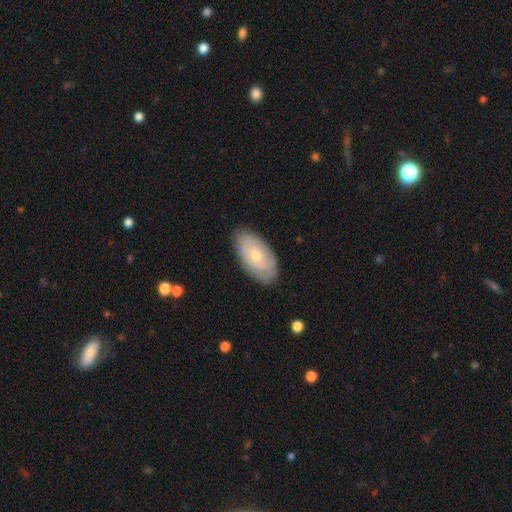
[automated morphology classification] smooth_or_featured: smooth (p=0.55) [alt: featured or disk p=0.39]
how_rounded: in between (p=0.94) [alt: round p=0.03]
merging: none (p=0.83) [alt: minor disturbance p=0.13]